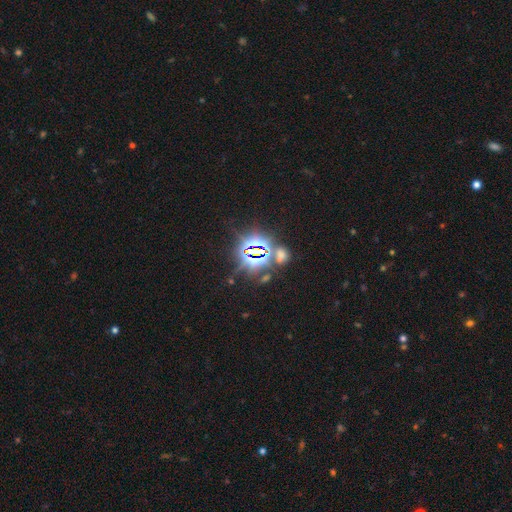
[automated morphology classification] Smooth or featured? star or artifact (80%)